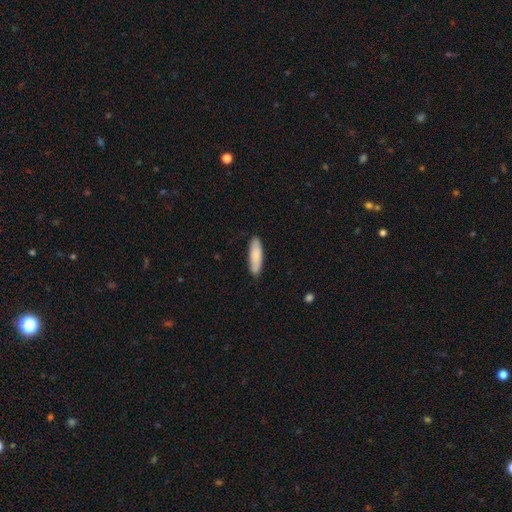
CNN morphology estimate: This appears to be a smooth galaxy with no disk features (85%) that is cigar-shaped (59%). Merging: none (84%).